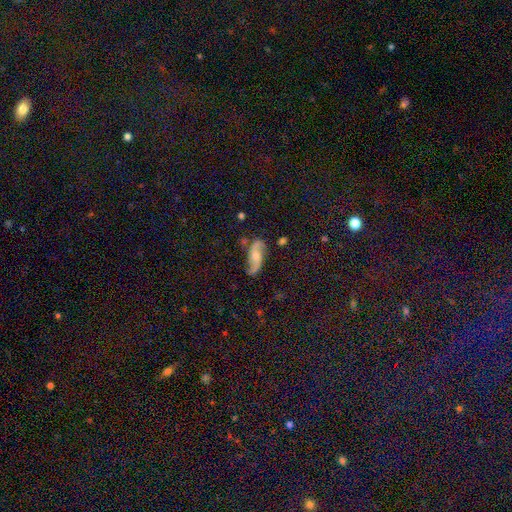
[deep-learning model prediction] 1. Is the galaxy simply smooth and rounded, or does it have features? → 76% featured or disk, 17% smooth, 7% star or artifact.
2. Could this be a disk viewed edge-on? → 94% no, 6% yes.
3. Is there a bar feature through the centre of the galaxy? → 60% no, 32% weak, 8% strong.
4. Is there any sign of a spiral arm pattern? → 95% yes, 5% no.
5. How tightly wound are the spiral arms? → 72% loose, 22% medium, 6% tight.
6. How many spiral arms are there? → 92% 2, 3% can't tell, 2% 1, 1% 3, 1% 4, 1% more than 4.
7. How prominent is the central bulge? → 44% moderate, 36% small, 11% none, 8% large, 2% dominant.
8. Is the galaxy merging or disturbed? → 75% none, 16% minor disturbance, 6% major disturbance, 3% merger.